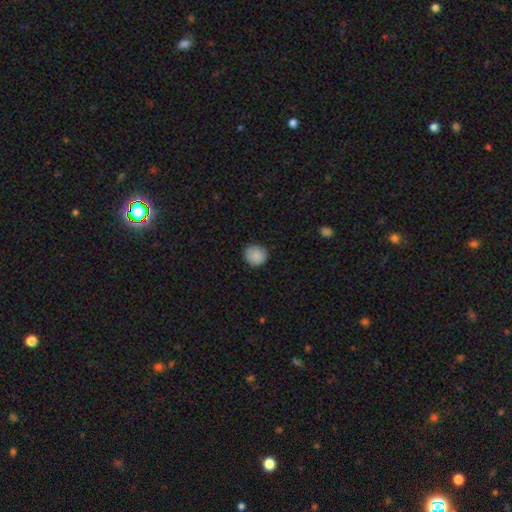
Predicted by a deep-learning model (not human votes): This appears to be a smooth galaxy with no disk features (88%) that is round (88%). Merging: none (87%).